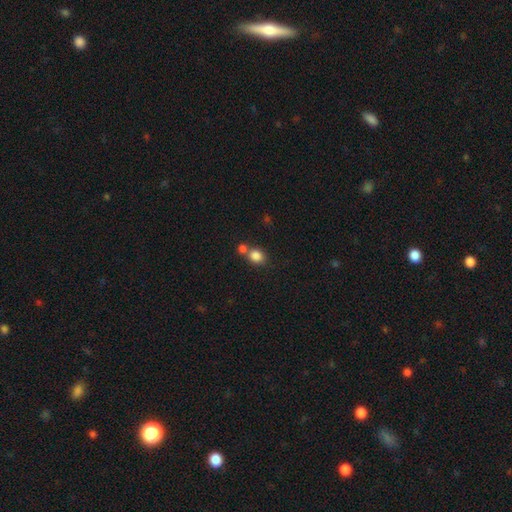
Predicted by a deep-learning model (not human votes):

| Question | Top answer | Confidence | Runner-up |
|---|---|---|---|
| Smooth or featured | smooth | 84% | star or artifact (10%) |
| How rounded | round | 53% | in between (46%) |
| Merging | none | 52% | merger (36%) |